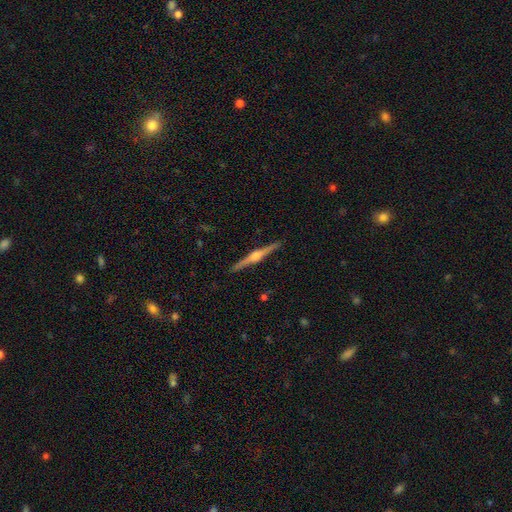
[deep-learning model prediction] featured or disk 86%, smooth 9%, star or artifact 5%. Down the decision tree: edge-on disk — yes (99%); edge-on bulge — rounded (91%); merging — none (93%).